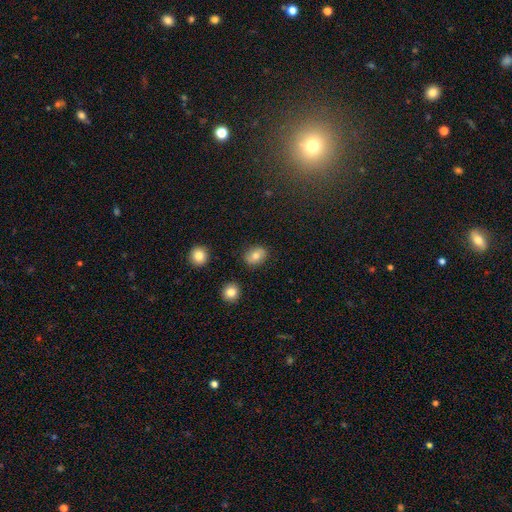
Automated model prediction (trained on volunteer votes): This appears to be a smooth galaxy with no disk features (78%) that is in between round and cigar-shaped (63%). Merging: none (84%).